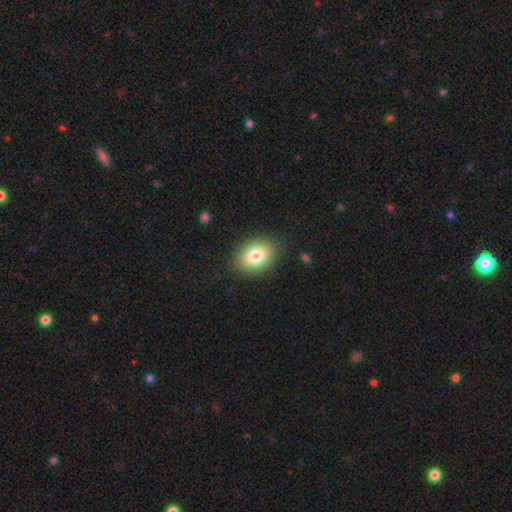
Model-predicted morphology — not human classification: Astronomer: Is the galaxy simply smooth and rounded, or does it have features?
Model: smooth — 79%.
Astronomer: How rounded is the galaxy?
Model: in between — 77%.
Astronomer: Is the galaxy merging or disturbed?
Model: none — 86%.